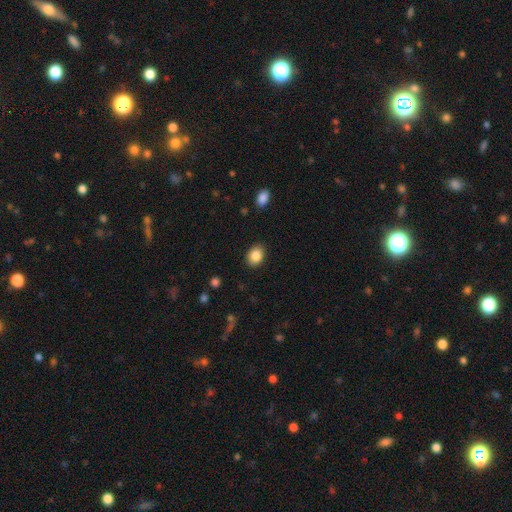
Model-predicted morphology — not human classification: smooth-or-featured: smooth: 86% | star or artifact: 9% | featured or disk: 5%
  how-rounded: in between: 59% | round: 40% | cigar-shaped: 1%
  merging: none: 87% | minor disturbance: 9% | major disturbance: 2% | merger: 1%